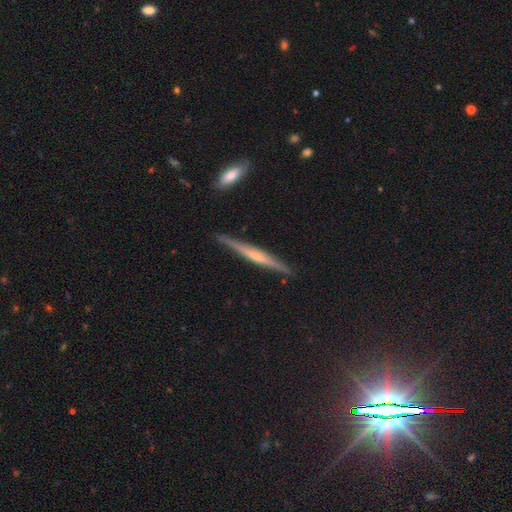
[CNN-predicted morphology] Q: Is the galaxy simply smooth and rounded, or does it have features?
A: featured or disk — 63%.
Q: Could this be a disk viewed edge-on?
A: yes — 96%.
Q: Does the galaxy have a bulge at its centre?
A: none — 46%.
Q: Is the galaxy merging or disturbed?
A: none — 86%.